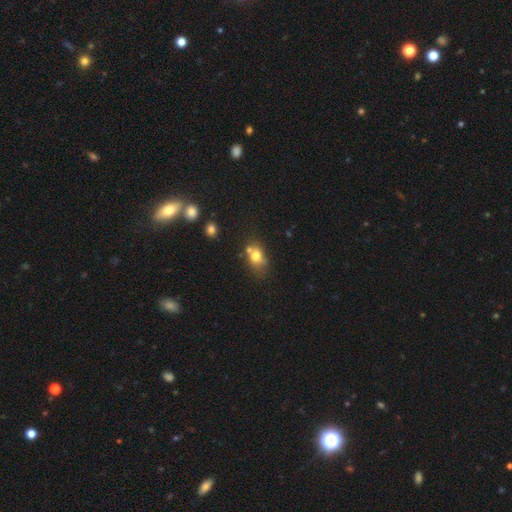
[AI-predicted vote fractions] Smooth or featured?
  - smooth: 73% *
  - featured or disk: 15%
  - star or artifact: 12%
How rounded?
  - in between: 54% *
  - round: 44%
  - cigar-shaped: 2%
Merging?
  - none: 48% *
  - merger: 26%
  - minor disturbance: 19%
  - major disturbance: 7%